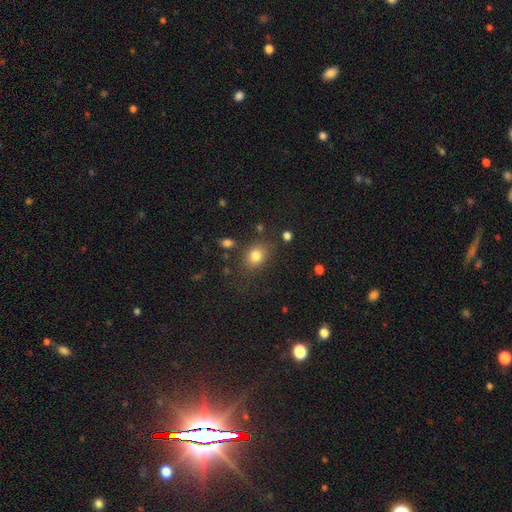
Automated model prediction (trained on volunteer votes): Morphology: type=smooth (80%); roundness=in between (51%); merging=none (74%).